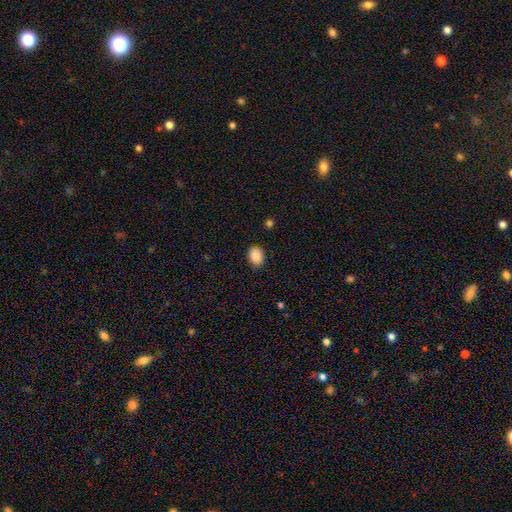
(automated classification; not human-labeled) A smooth galaxy with no disk features (89%) that is in between round and cigar-shaped (60%).

Vote fractions:
- Smooth or featured? smooth: 89% / star or artifact: 8% / featured or disk: 3%
- How rounded? in between: 60% / round: 39% / cigar-shaped: 1%
- Merging? none: 83% / minor disturbance: 14% / major disturbance: 3% / merger: 1%